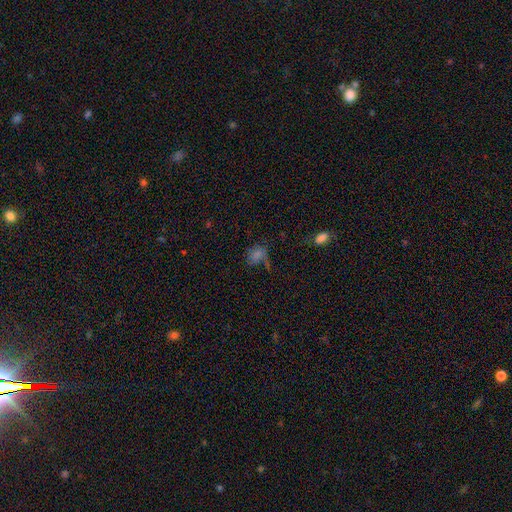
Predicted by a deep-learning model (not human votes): A smooth galaxy with no disk features (47%). Merging: none (43%).